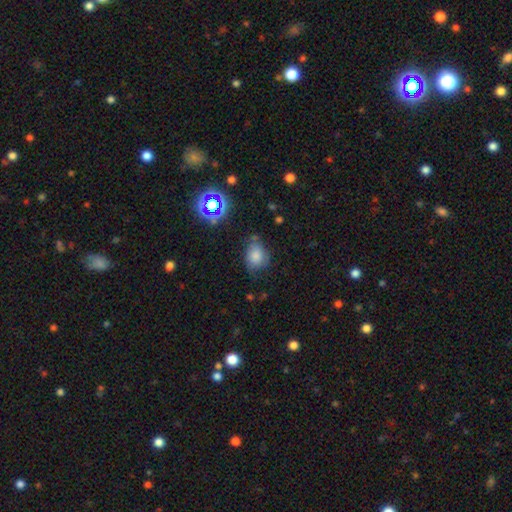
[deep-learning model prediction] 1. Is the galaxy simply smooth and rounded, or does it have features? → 76% smooth, 13% star or artifact, 11% featured or disk.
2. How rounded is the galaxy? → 57% in between, 42% round, 1% cigar-shaped.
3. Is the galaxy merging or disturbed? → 56% none, 31% minor disturbance, 9% major disturbance, 4% merger.